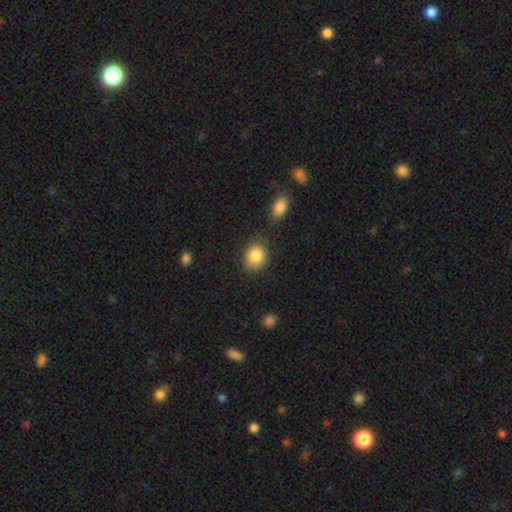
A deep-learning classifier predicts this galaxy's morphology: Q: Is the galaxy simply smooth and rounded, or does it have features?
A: smooth — 86%.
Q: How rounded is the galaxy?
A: round — 51%.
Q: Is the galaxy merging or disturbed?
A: none — 75%.